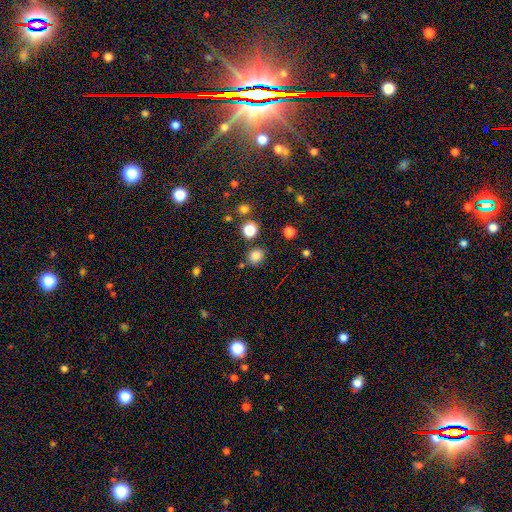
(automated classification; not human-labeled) Smooth or featured?
  - smooth: 82% *
  - star or artifact: 13%
  - featured or disk: 4%
How rounded?
  - round: 70% *
  - in between: 29%
  - cigar-shaped: 1%
Merging?
  - none: 80% *
  - minor disturbance: 10%
  - merger: 6%
  - major disturbance: 3%